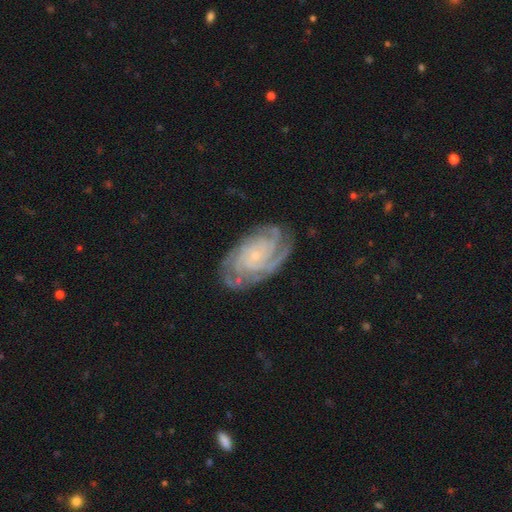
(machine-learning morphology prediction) featured or disk 87%, smooth 7%, star or artifact 6%. Down the decision tree: edge-on disk — no (97%); bar — no (77%); spiral arms — yes (98%); spiral arm count — 4 (28%); spiral winding — tight (75%); bulge size — small (84%); merging — none (76%).